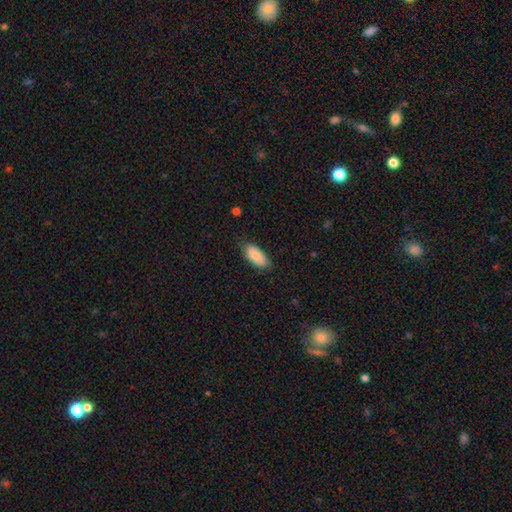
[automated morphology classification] type=smooth (86%); roundness=in between (88%); merging=none (77%).